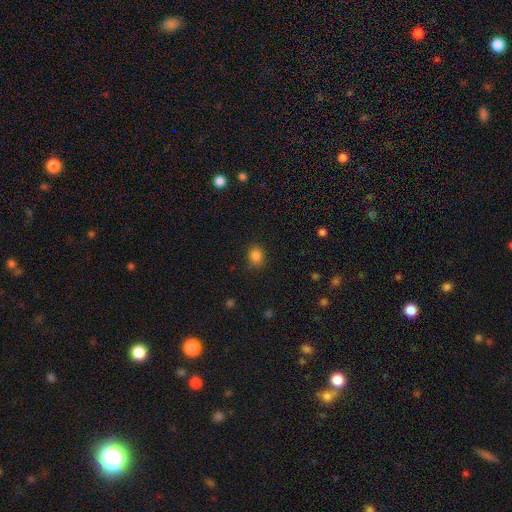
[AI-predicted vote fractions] A smooth galaxy with no disk features (84%) that is round (70%).

Vote fractions:
- Smooth or featured? smooth: 84% / star or artifact: 12% / featured or disk: 4%
- How rounded? round: 70% / in between: 29% / cigar-shaped: 1%
- Merging? none: 84% / minor disturbance: 12% / major disturbance: 3% / merger: 1%